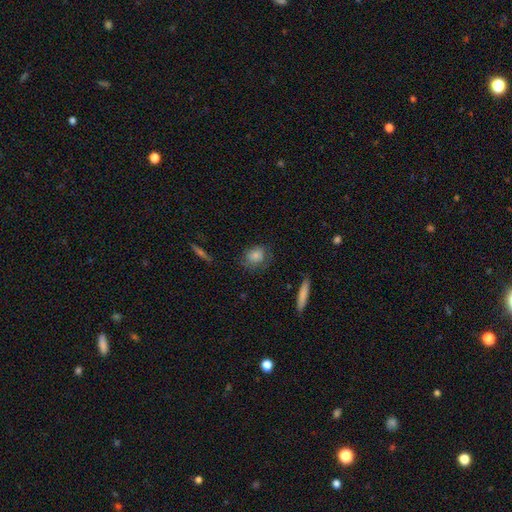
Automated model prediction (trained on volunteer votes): Smooth or featured? Predicted: smooth (p=0.78). How rounded? Predicted: round (p=0.55). Merging? Predicted: none (p=0.65).